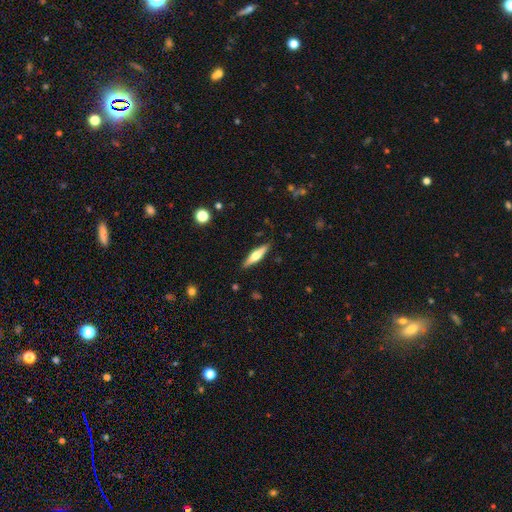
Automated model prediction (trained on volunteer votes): smooth_or_featured: featured or disk (p=0.56) [alt: smooth p=0.38]
disk_edge_on: yes (p=0.96) [alt: no p=0.04]
edge_on_bulge: rounded (p=0.91) [alt: boxy p=0.05]
merging: none (p=0.89) [alt: minor disturbance p=0.08]